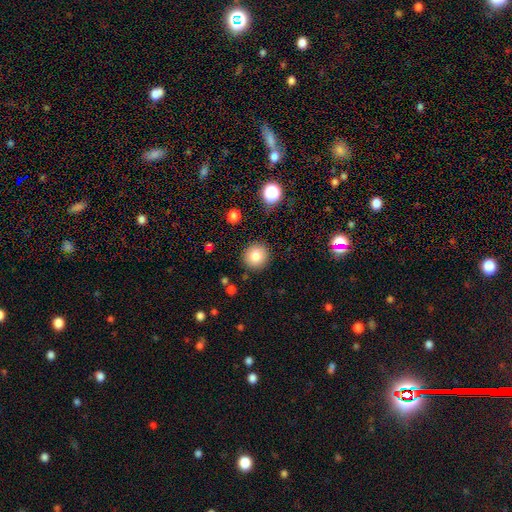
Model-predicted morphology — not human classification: The model was most divided on "smooth or featured": smooth: 83%, star or artifact: 10%, featured or disk: 7%. More confident: how rounded — round (91%); merging — none (89%).